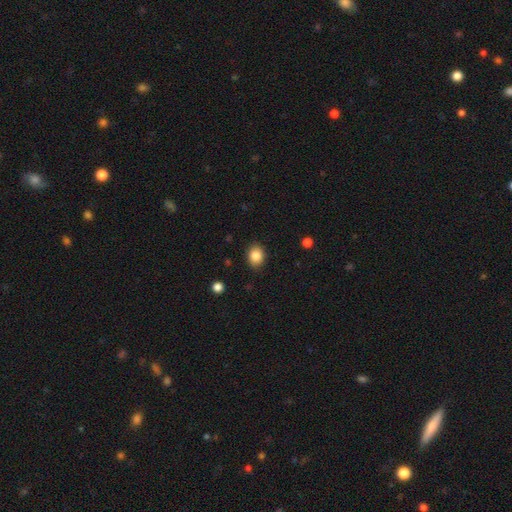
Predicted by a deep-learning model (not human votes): smooth 86%, star or artifact 9%, featured or disk 5%. Down the decision tree: how rounded — in between (50%); merging — none (87%).